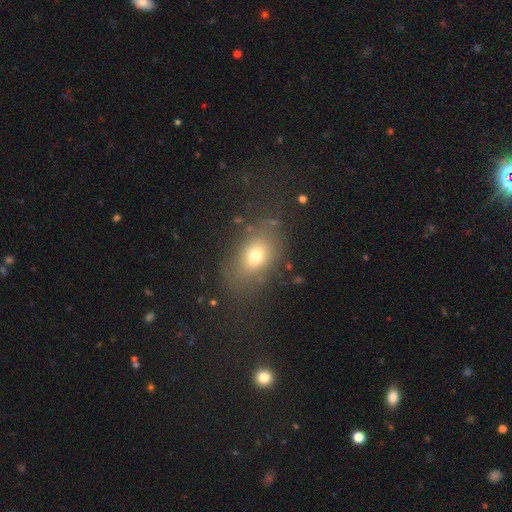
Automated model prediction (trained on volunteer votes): A smooth galaxy with no disk features (70%) that is in between round and cigar-shaped (73%).

Vote fractions:
- Smooth or featured? smooth: 70% / featured or disk: 16% / star or artifact: 14%
- How rounded? in between: 73% / round: 26% / cigar-shaped: 2%
- Merging? none: 70% / minor disturbance: 17% / major disturbance: 11% / merger: 3%